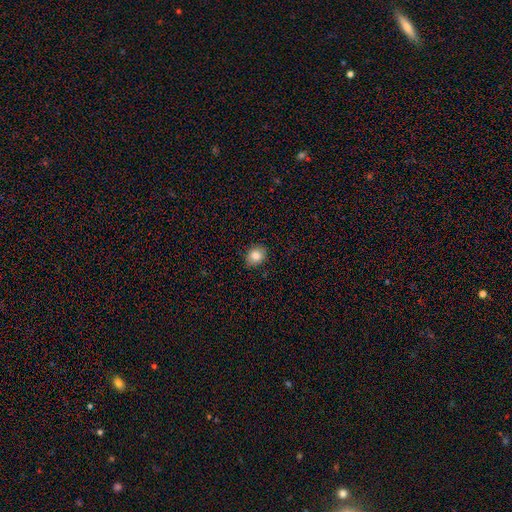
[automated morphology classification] The model was most divided on "how rounded": round: 59%, in between: 40%, cigar-shaped: 1%. More confident: merging — none (87%); smooth or featured — smooth (85%).